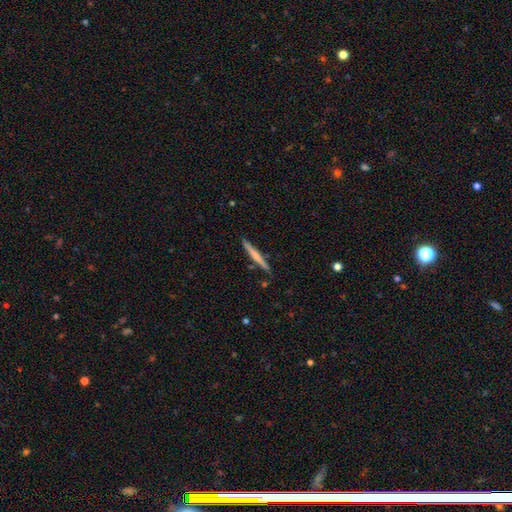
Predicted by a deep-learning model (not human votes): Smooth or featured? Predicted: smooth (p=0.53). How rounded? Predicted: cigar-shaped (p=0.96). Merging? Predicted: none (p=0.88).